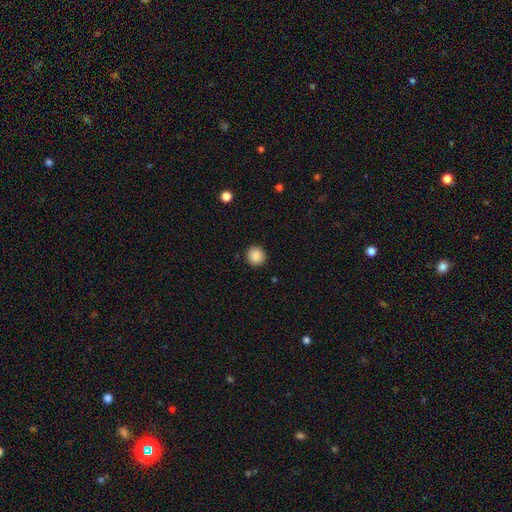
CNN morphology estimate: smooth 88%, star or artifact 9%, featured or disk 3%. Down the decision tree: how rounded — round (94%); merging — none (92%).